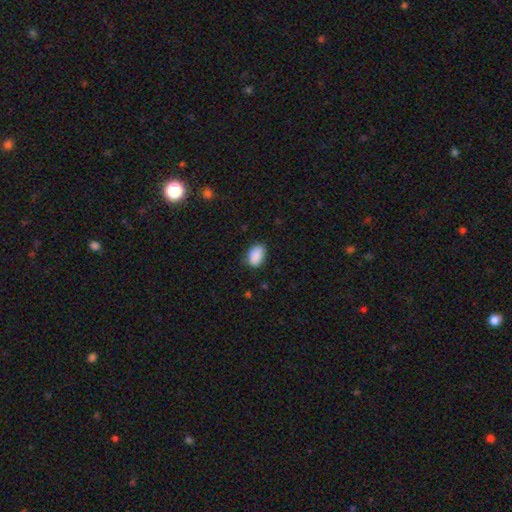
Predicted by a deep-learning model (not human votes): Smooth or featured? smooth (89%)
How rounded? in between (88%)
Merging? none (77%)